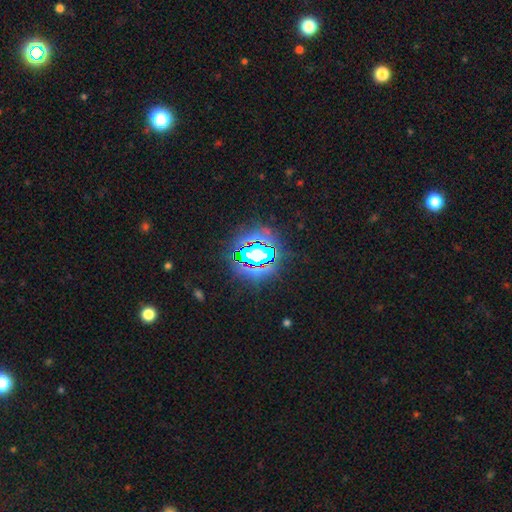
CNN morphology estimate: smooth_or_featured: star or artifact (p=0.79) [alt: smooth p=0.12]